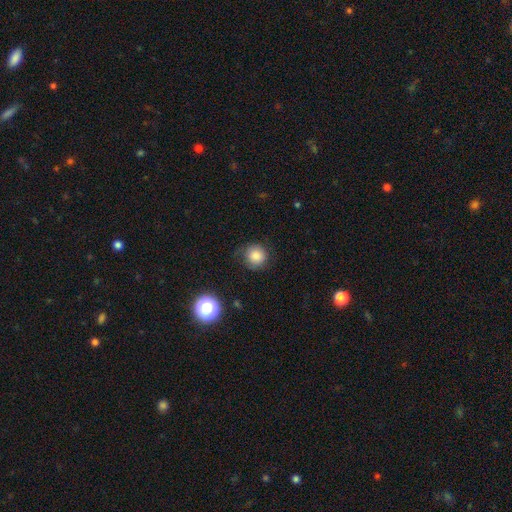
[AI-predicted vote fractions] smooth 83%, star or artifact 11%, featured or disk 6%. Down the decision tree: how rounded — round (91%); merging — none (77%).